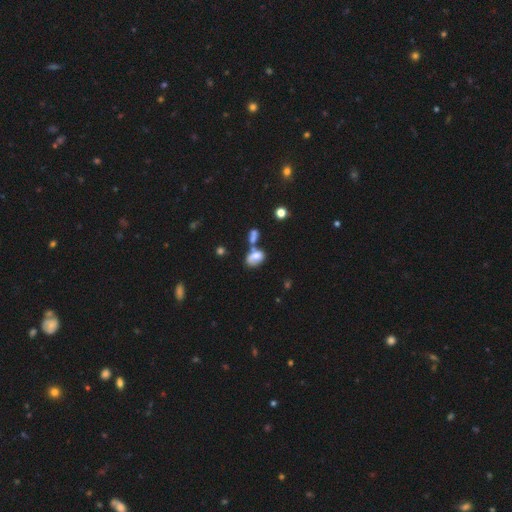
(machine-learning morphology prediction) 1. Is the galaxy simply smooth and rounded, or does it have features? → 67% smooth, 22% featured or disk, 10% star or artifact.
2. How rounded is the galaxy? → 85% in between, 13% round, 2% cigar-shaped.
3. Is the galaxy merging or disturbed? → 43% merger, 33% none, 16% minor disturbance, 9% major disturbance.